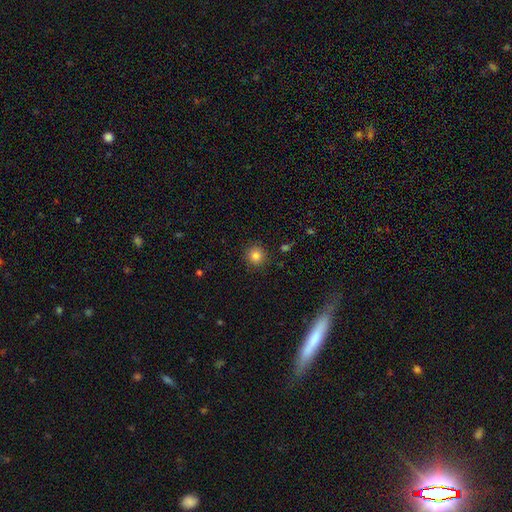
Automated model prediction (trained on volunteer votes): Smooth or featured?
  - smooth: 82% *
  - star or artifact: 12%
  - featured or disk: 6%
How rounded?
  - round: 93% *
  - in between: 6%
  - cigar-shaped: 1%
Merging?
  - none: 90% *
  - minor disturbance: 7%
  - major disturbance: 2%
  - merger: 1%